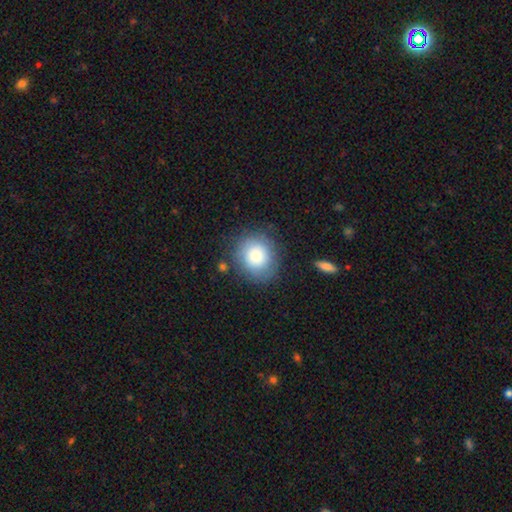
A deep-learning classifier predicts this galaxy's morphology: The model was most divided on "merging": none: 80%, minor disturbance: 13%, major disturbance: 5%, merger: 3%. More confident: how rounded — round (84%); smooth or featured — smooth (82%).